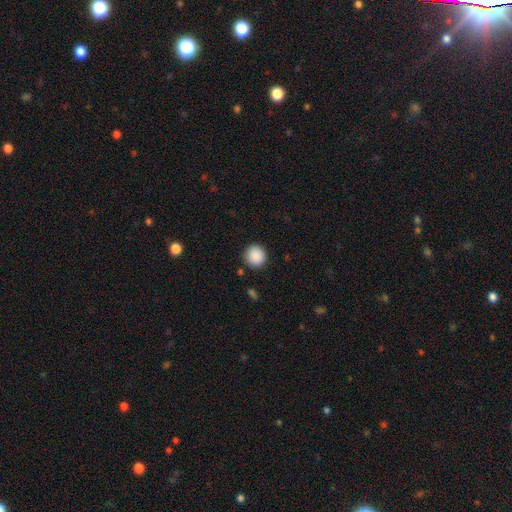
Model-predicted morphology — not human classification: smooth-or-featured: smooth: 89% | star or artifact: 8% | featured or disk: 3%
  how-rounded: round: 93% | in between: 6% | cigar-shaped: 1%
  merging: none: 89% | minor disturbance: 7% | major disturbance: 2% | merger: 2%